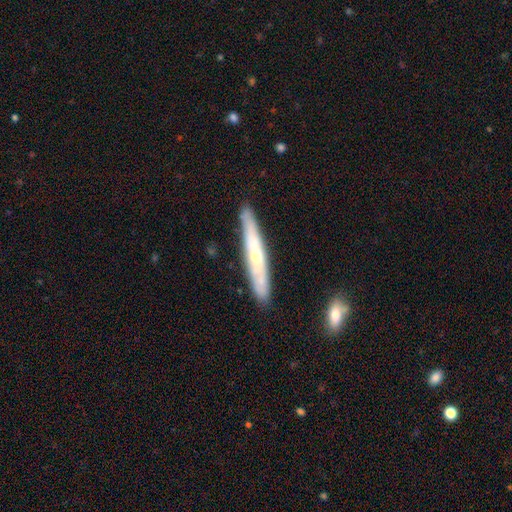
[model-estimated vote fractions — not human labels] A featured or disk galaxy (59%) viewed edge-on (81%).

Vote fractions:
- Smooth or featured? featured or disk: 59% / smooth: 35% / star or artifact: 6%
- Edge-on disk? yes: 81% / no: 19%
- Merging? none: 87% / minor disturbance: 10% / major disturbance: 2% / merger: 2%